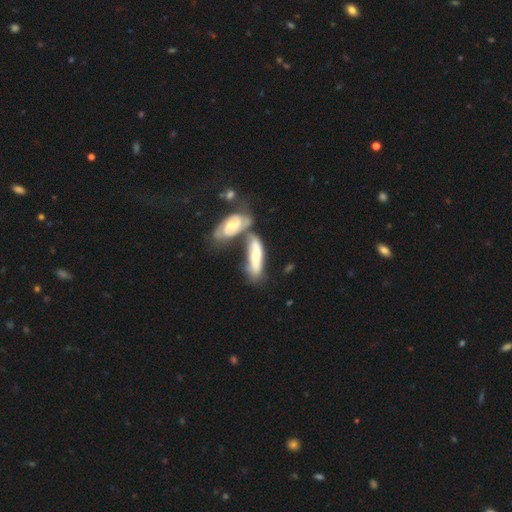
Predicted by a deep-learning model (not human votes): Overall: featured or disk (57%; smooth 37%). Edge-on disk: no (70%; yes 30%). Merging: merger (48%; none 30%).